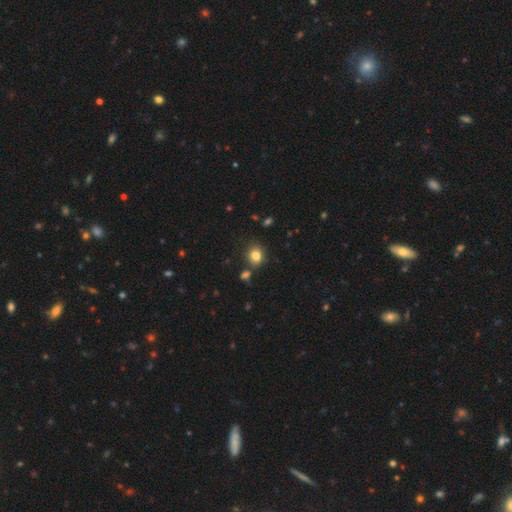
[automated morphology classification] smooth_or_featured: smooth (p=0.82) [alt: star or artifact p=0.11]
how_rounded: round (p=0.67) [alt: in between p=0.32]
merging: none (p=0.74) [alt: minor disturbance p=0.13]